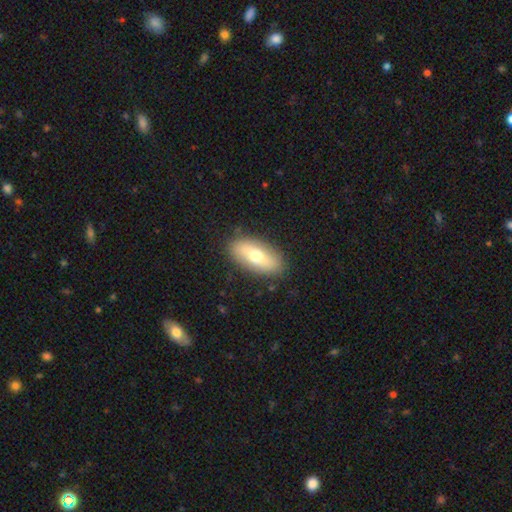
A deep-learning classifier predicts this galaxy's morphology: A smooth galaxy with no disk features (66%) that is in between round and cigar-shaped (87%). Merging: none (87%).